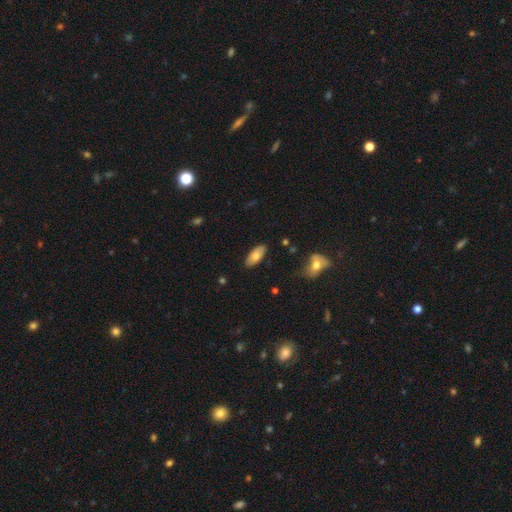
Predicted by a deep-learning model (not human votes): Smooth or featured?
  - smooth: 72% *
  - featured or disk: 22%
  - star or artifact: 7%
How rounded?
  - in between: 87% *
  - cigar-shaped: 11%
  - round: 2%
Merging?
  - none: 85% *
  - minor disturbance: 11%
  - major disturbance: 2%
  - merger: 2%